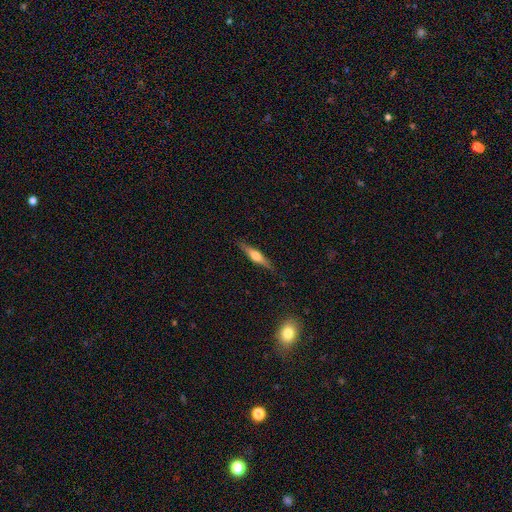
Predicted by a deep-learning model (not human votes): featured or disk 56%, smooth 38%, star or artifact 6%. Down the decision tree: edge-on disk — yes (95%); edge-on bulge — rounded (88%); merging — none (86%).